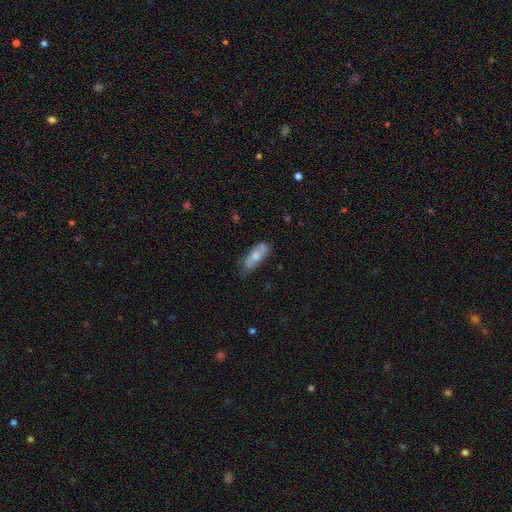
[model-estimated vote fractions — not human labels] Morphology: type=smooth (64%); roundness=in between (71%); merging=none (52%).